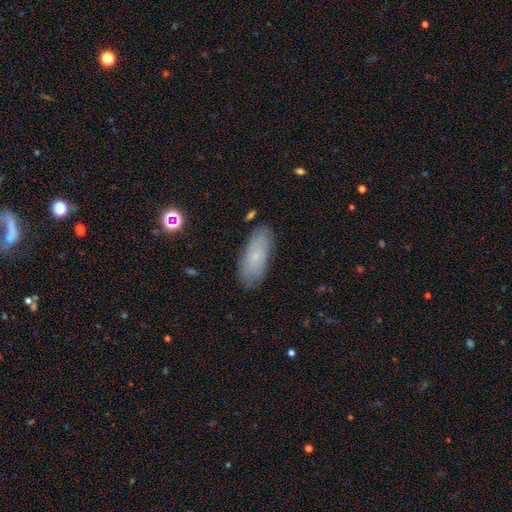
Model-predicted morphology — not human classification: Overall: smooth (63%; featured or disk 28%). How rounded: in between (75%). Merging: none (82%).